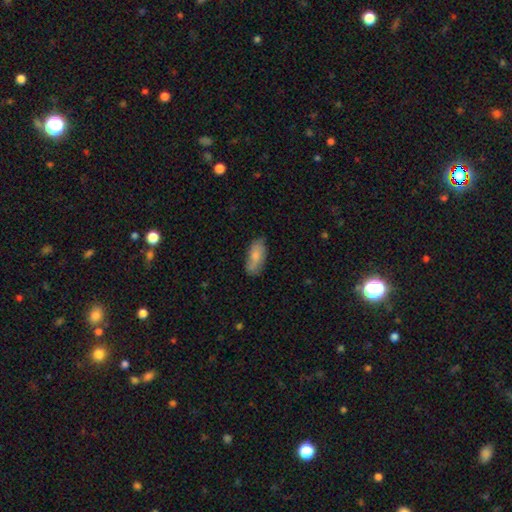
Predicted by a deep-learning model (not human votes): A smooth galaxy with no disk features (69%) that is in between round and cigar-shaped (89%).

Vote fractions:
- Smooth or featured? smooth: 69% / featured or disk: 25% / star or artifact: 7%
- How rounded? in between: 89% / cigar-shaped: 8% / round: 3%
- Merging? none: 71% / minor disturbance: 22% / major disturbance: 5% / merger: 2%